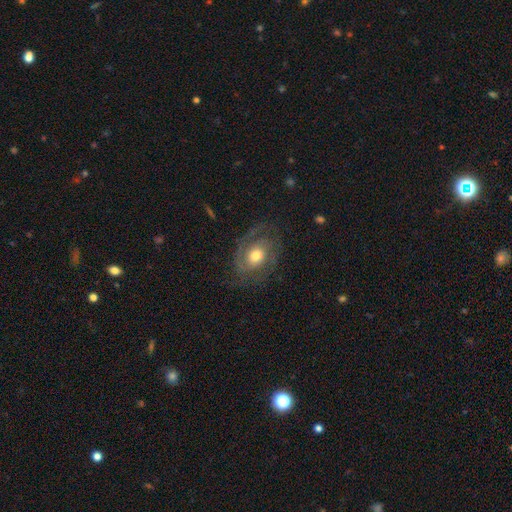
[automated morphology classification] type=featured or disk (73%); edge-on=no (96%); bar=no (75%); spiral arms=yes (88%); winding=tight (44%); arm count=2 (62%); bulge=moderate (67%); merging=none (71%).